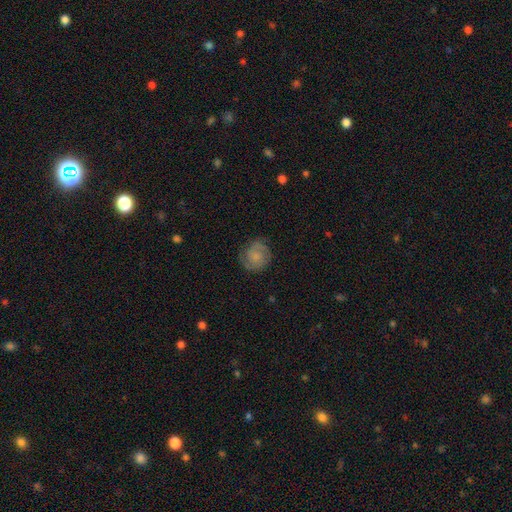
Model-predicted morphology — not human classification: smooth-or-featured: featured or disk: 52% | smooth: 39% | star or artifact: 9%
  disk-edge-on: no: 98% | yes: 2%
    bar: no: 72% | weak: 24% | strong: 4%
    has-spiral-arms: yes: 90% | no: 10%
    bulge-size: small: 38% | none: 35% | moderate: 20% | large: 5% | dominant: 2%
  merging: none: 76% | minor disturbance: 16% | major disturbance: 7% | merger: 1%